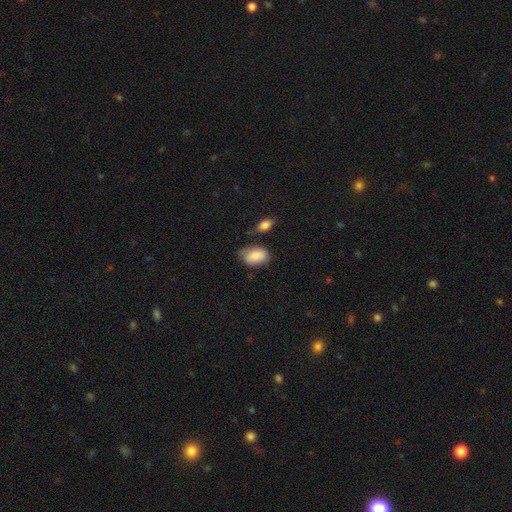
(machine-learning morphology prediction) type=smooth (84%); roundness=in between (90%); merging=none (54%).